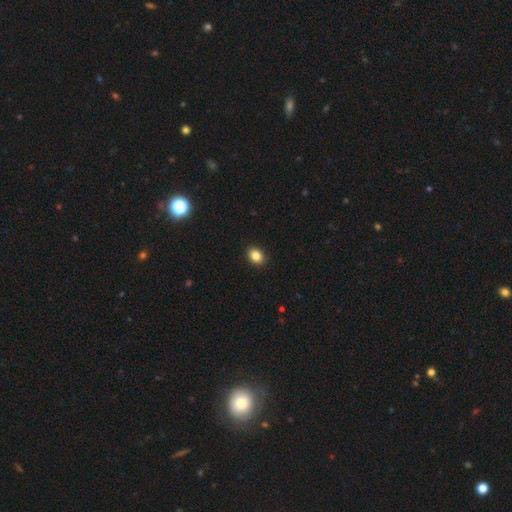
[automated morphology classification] This appears to be a smooth galaxy with no disk features (86%) that is in between round and cigar-shaped (61%). Merging: none (89%).